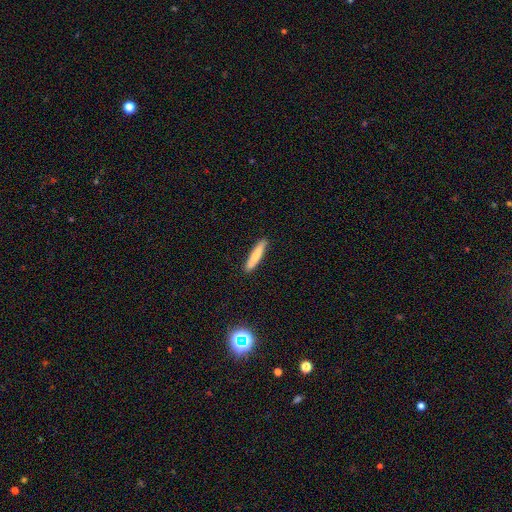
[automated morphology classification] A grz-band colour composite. It shows a smooth galaxy with no disk features (79%) that is cigar-shaped (91%). Merging: none (90%).